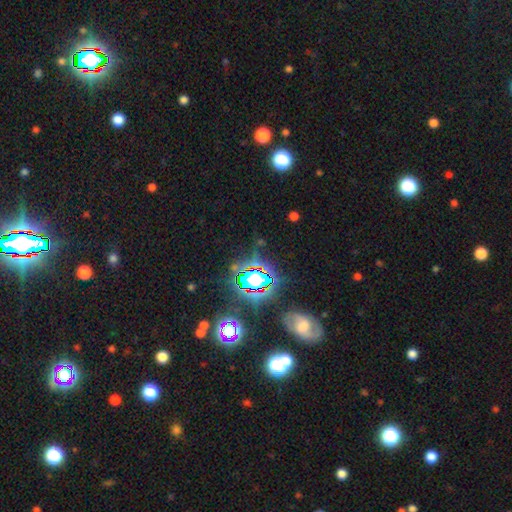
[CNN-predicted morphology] smooth-or-featured: star or artifact: 74% | smooth: 16% | featured or disk: 11%